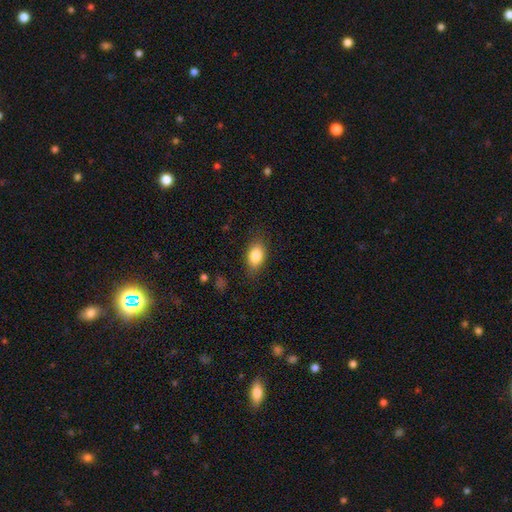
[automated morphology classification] Smooth or featured?
  - smooth: 83% *
  - featured or disk: 9%
  - star or artifact: 8%
How rounded?
  - in between: 84% *
  - round: 12%
  - cigar-shaped: 4%
Merging?
  - none: 82% *
  - minor disturbance: 14%
  - major disturbance: 4%
  - merger: 1%